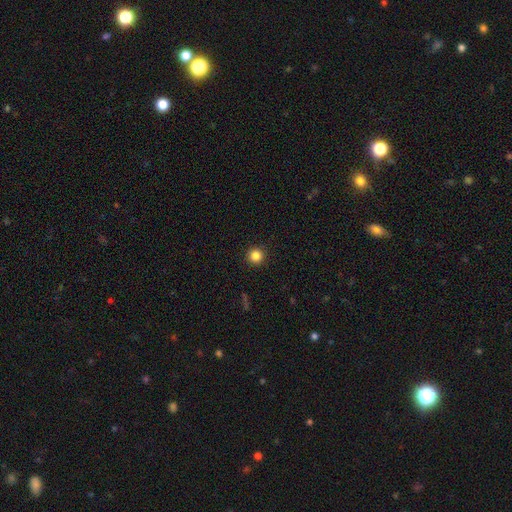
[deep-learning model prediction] This appears to be a smooth galaxy with no disk features (84%) that is round (96%). Merging: none (93%).